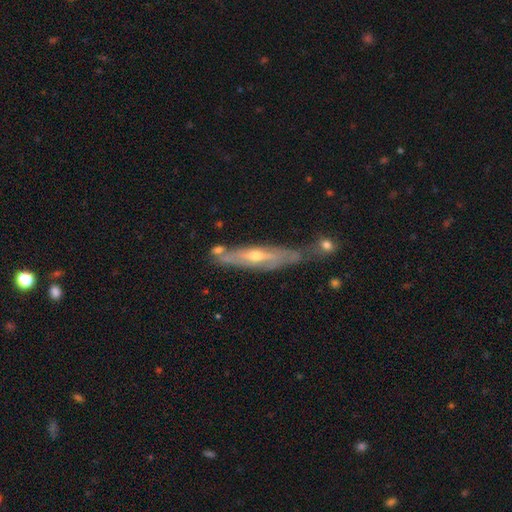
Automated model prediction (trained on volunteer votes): featured or disk 75%, smooth 18%, star or artifact 7%. Down the decision tree: edge-on disk — yes (60%); merging — none (56%).